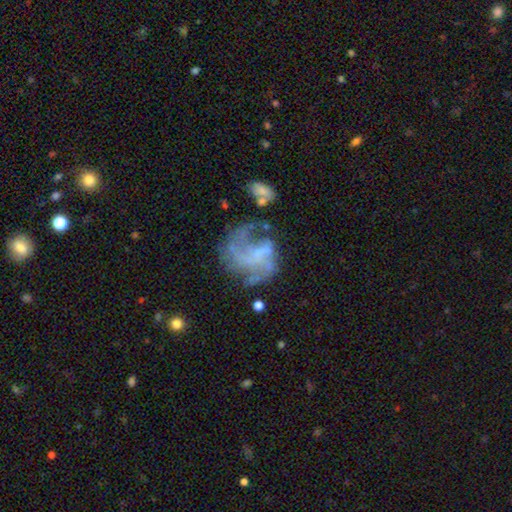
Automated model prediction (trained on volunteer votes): A featured or disk galaxy (75%) with no bar (58%), 2 (39%) loose (48%) spiral arms (79%) and no central bulge (68%).

Vote fractions:
- Smooth or featured? featured or disk: 75% / smooth: 14% / star or artifact: 11%
- Edge-on disk? no: 98% / yes: 2%
- Bar? no: 58% / weak: 32% / strong: 10%
- Spiral arms? yes: 79% / no: 21%
- Spiral winding? loose: 48% / medium: 36% / tight: 15%
- Spiral arm count? 2: 39% / can't tell: 20% / 1: 17% / 3: 14% / 4: 5% / more than 4: 4%
- Bulge size? none: 68% / small: 19% / moderate: 9% / large: 3% / dominant: 1%
- Merging? none: 43% / major disturbance: 31% / minor disturbance: 17% / merger: 8%